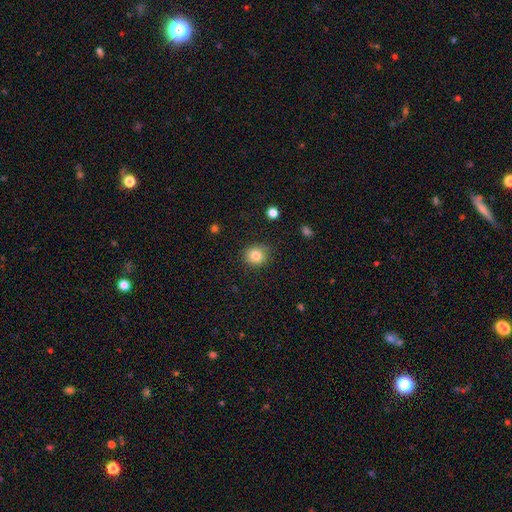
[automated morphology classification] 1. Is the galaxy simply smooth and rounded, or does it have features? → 83% smooth, 11% star or artifact, 7% featured or disk.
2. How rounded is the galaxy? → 80% round, 19% in between, 1% cigar-shaped.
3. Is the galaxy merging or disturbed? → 85% none, 11% minor disturbance, 3% major disturbance, 1% merger.